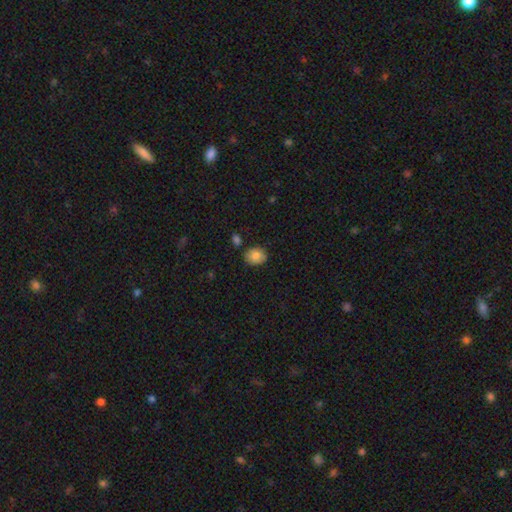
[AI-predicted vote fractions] Morphology: type=smooth (81%); roundness=round (52%); merging=none (80%).